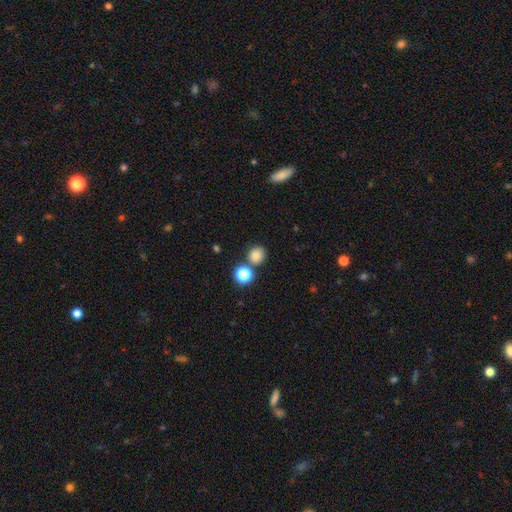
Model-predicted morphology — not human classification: Smooth or featured? Predicted: smooth (p=0.81). How rounded? Predicted: round (p=0.87). Merging? Predicted: none (p=0.73).